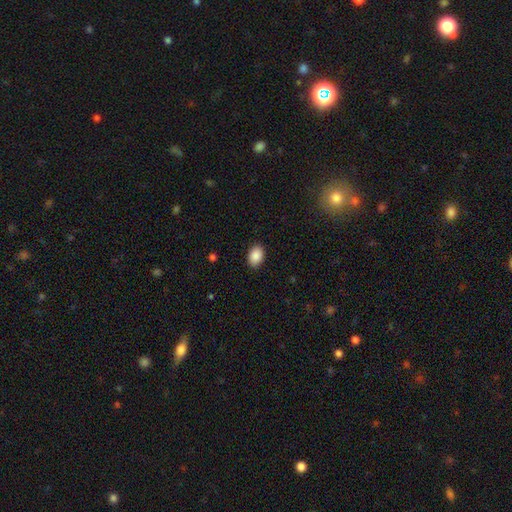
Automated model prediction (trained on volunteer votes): The model was most divided on "how rounded": in between: 81%, round: 18%, cigar-shaped: 1%. More confident: smooth or featured — smooth (89%); merging — none (89%).